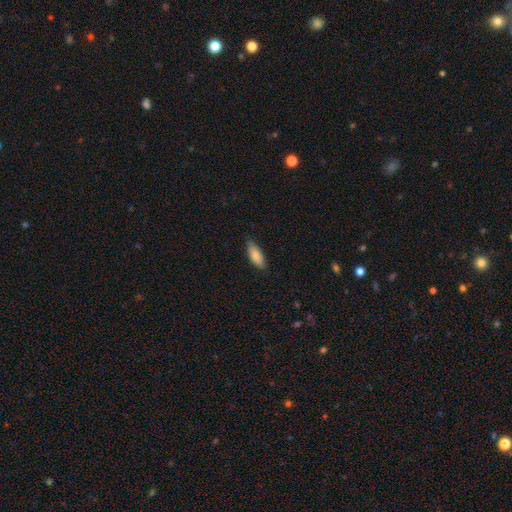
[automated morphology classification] type=smooth (84%); roundness=in between (72%); merging=none (81%).